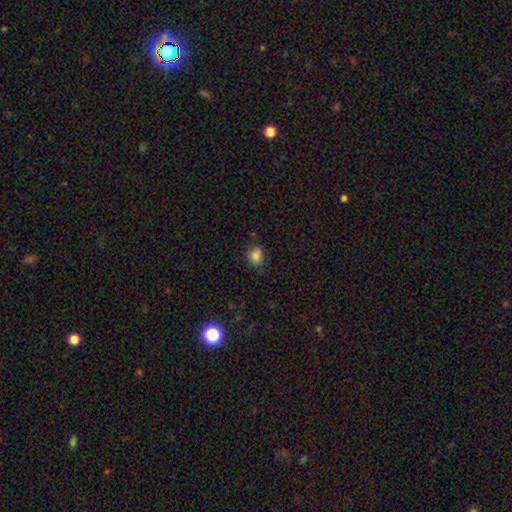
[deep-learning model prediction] Smooth or featured?
  - smooth: 81% *
  - star or artifact: 13%
  - featured or disk: 6%
How rounded?
  - round: 59% *
  - in between: 40%
  - cigar-shaped: 1%
Merging?
  - none: 69% *
  - minor disturbance: 22%
  - major disturbance: 5%
  - merger: 4%